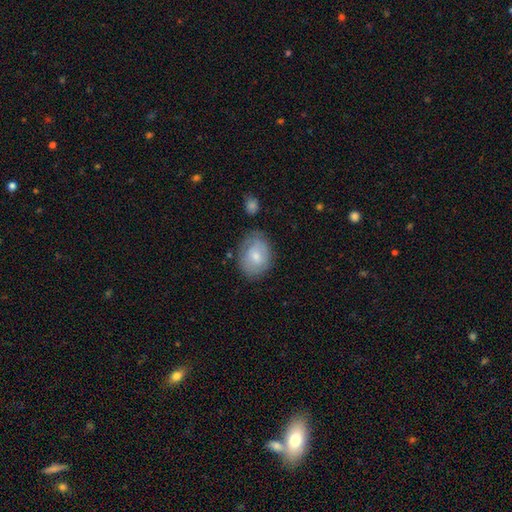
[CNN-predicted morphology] Smooth or featured? smooth (70%)
How rounded? in between (65%)
Merging? none (66%)